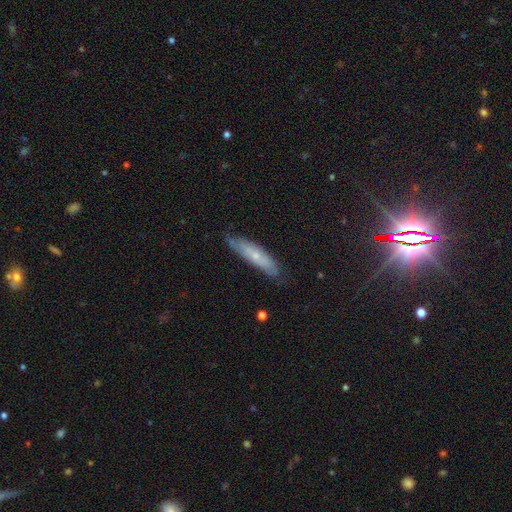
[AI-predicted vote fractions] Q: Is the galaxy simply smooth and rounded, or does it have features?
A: smooth — 50%.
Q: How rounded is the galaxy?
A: cigar-shaped — 74%.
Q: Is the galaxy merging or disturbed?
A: none — 73%.